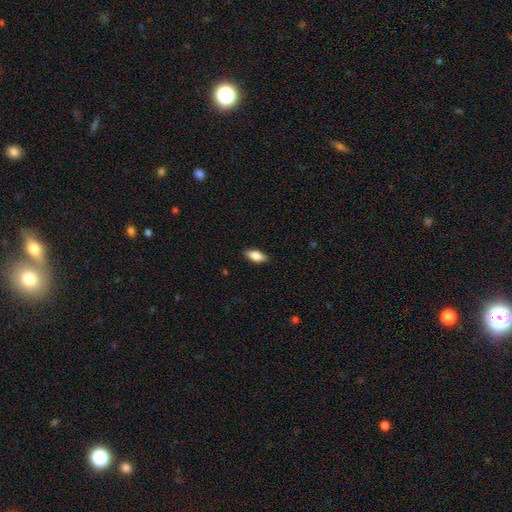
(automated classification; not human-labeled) A smooth galaxy with no disk features (80%) that is in between round and cigar-shaped (85%).

Vote fractions:
- Smooth or featured? smooth: 80% / featured or disk: 14% / star or artifact: 6%
- How rounded? in between: 85% / cigar-shaped: 12% / round: 3%
- Merging? none: 88% / minor disturbance: 9% / major disturbance: 2% / merger: 1%